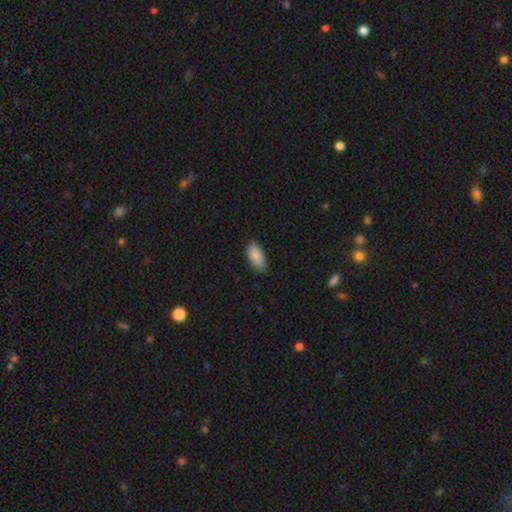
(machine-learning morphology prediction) smooth_or_featured: smooth (p=0.87) [alt: featured or disk p=0.07]
how_rounded: in between (p=0.93) [alt: cigar-shaped p=0.05]
merging: none (p=0.84) [alt: minor disturbance p=0.13]